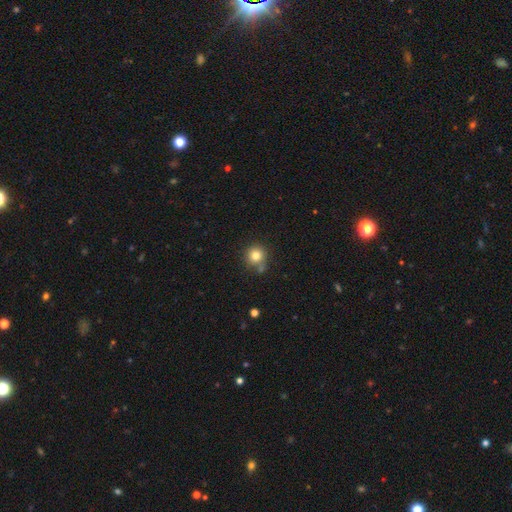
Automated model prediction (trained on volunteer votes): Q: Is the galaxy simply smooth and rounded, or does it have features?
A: smooth — 79%.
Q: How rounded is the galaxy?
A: round — 92%.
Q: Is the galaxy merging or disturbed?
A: none — 71%.